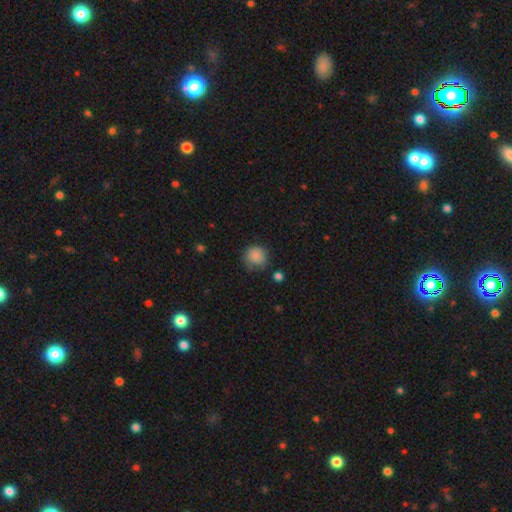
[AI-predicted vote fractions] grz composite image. It shows a smooth galaxy with no disk features (86%) that is round (90%). Merging: none (72%).